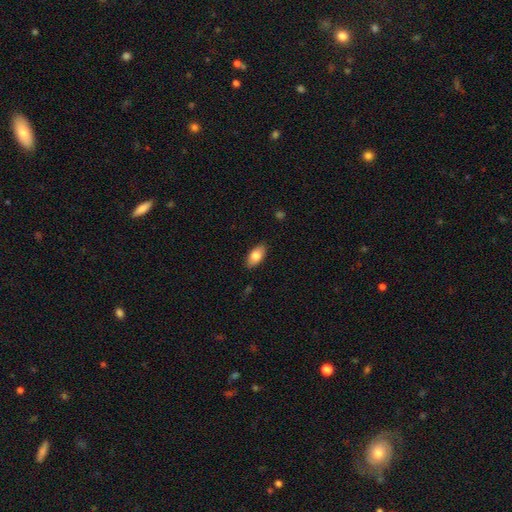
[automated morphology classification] Overall: smooth (79%). How rounded: in between (91%). Merging: none (87%).